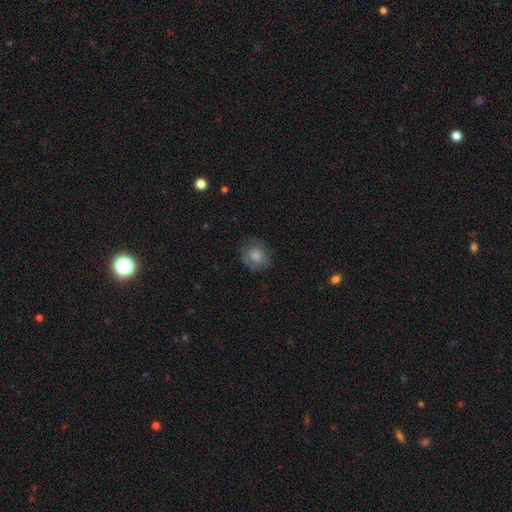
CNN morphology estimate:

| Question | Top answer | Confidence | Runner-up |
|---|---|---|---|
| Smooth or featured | smooth | 67% | featured or disk (24%) |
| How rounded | round | 74% | in between (25%) |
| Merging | none | 68% | minor disturbance (21%) |